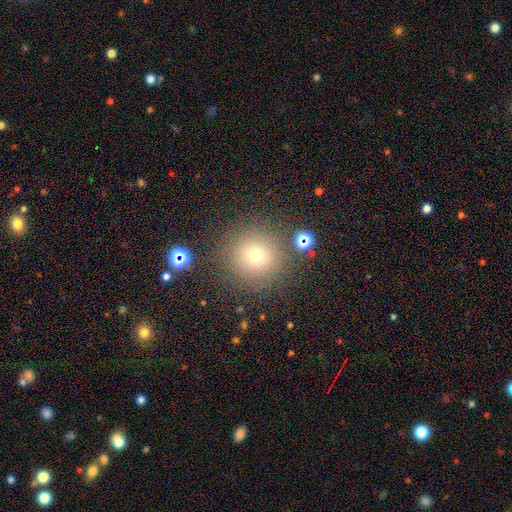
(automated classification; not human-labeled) Q: Smooth or featured?
A: smooth (70%); runner-up: star or artifact (19%)
Q: How rounded?
A: round (95%); runner-up: in between (4%)
Q: Merging?
A: none (85%); runner-up: minor disturbance (8%)